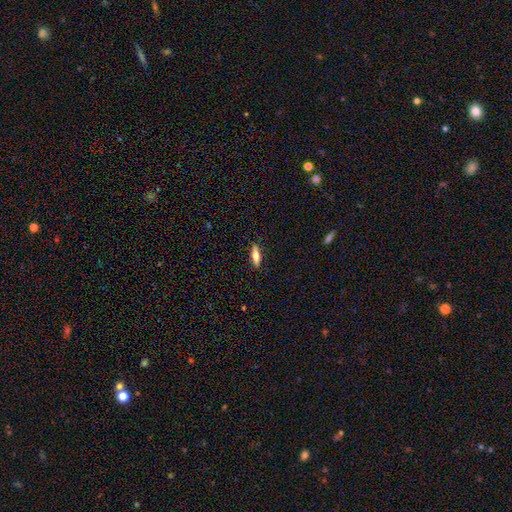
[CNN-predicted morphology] type=smooth (60%); roundness=cigar-shaped (54%); merging=none (89%).